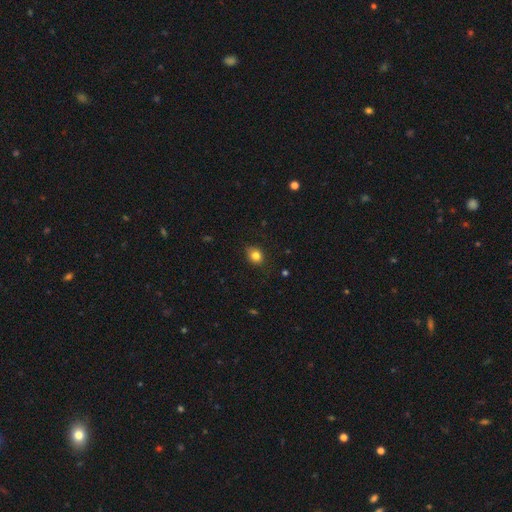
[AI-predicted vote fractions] Morphology: type=smooth (82%); roundness=round (64%); merging=none (80%).